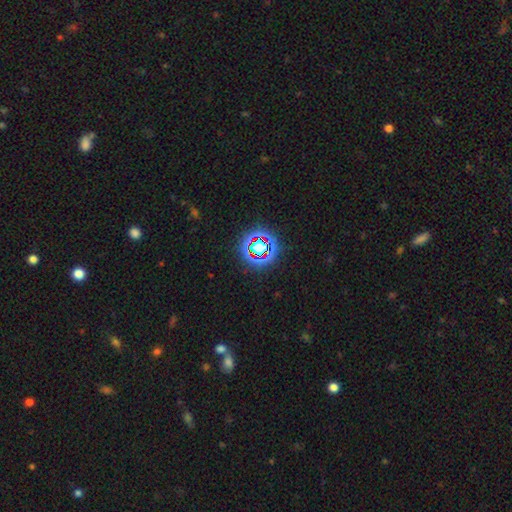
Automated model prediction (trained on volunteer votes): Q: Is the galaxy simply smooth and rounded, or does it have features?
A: star or artifact — 72%.